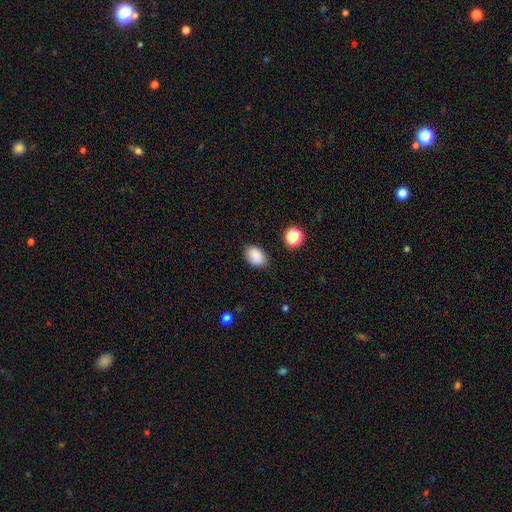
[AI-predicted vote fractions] A smooth galaxy with no disk features (86%) that is in between round and cigar-shaped (83%). Merging: none (80%).